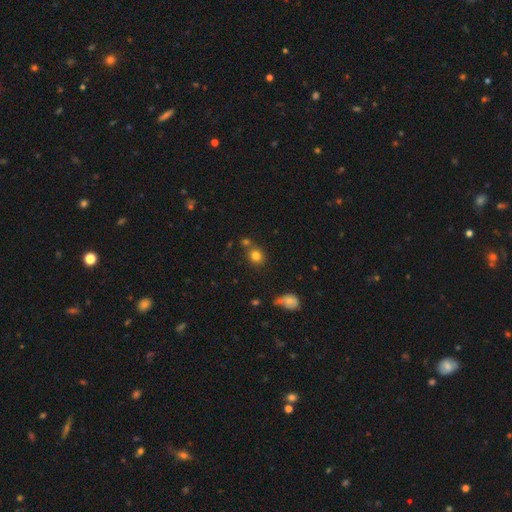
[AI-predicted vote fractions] A smooth galaxy with no disk features (79%) that is round (78%). Merging: none (67%).